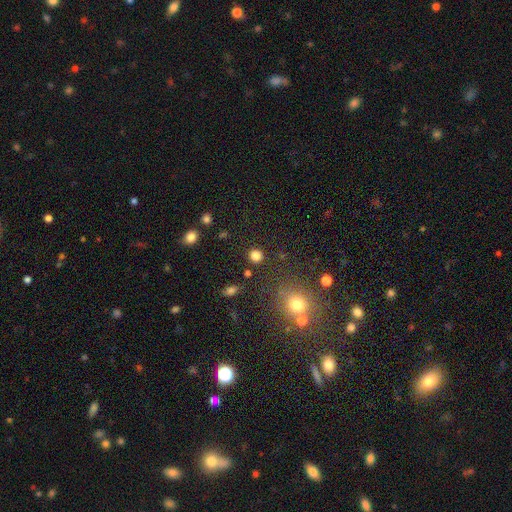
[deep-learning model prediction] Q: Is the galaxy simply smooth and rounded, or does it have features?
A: smooth — 81%.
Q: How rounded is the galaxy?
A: round — 90%.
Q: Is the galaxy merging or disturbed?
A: none — 88%.